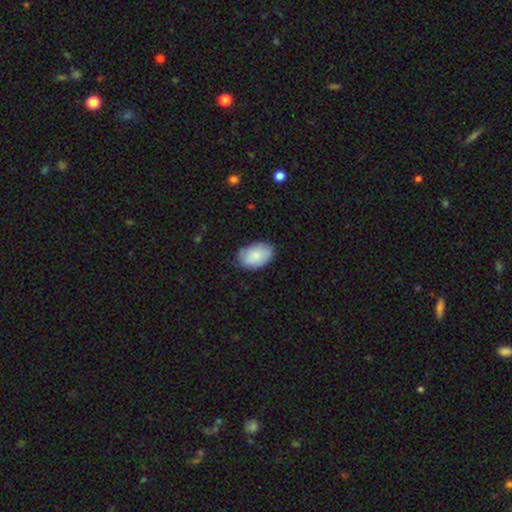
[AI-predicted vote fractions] The model was most divided on "merging": none: 79%, minor disturbance: 17%, major disturbance: 3%, merger: 1%. More confident: how rounded — in between (89%); smooth or featured — smooth (85%).